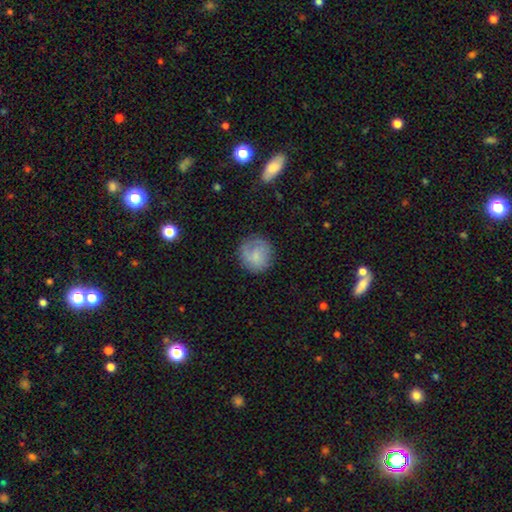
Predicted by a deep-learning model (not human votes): Overall: smooth (71%). How rounded: round (90%). Merging: none (76%).